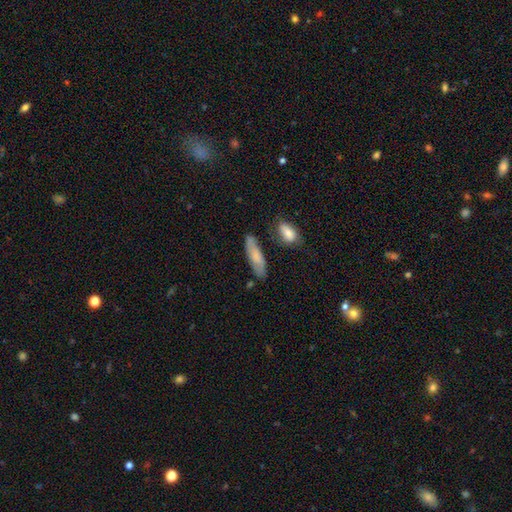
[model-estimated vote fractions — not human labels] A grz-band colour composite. It shows a smooth galaxy with no disk features (67%) that is cigar-shaped (56%). Merging: none (74%).